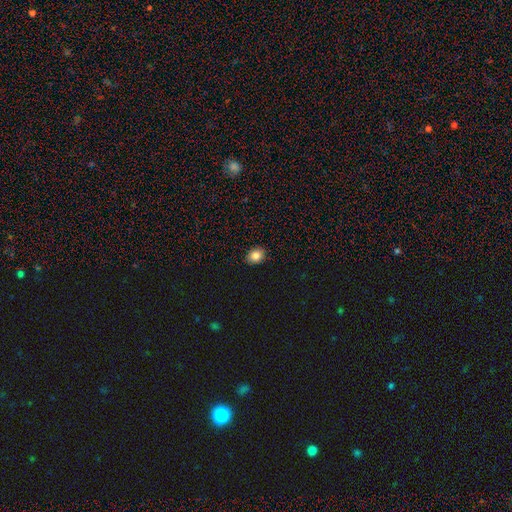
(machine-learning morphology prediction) Smooth or featured? Predicted: smooth (p=0.84). How rounded? Predicted: in between (p=0.51). Merging? Predicted: none (p=0.91).